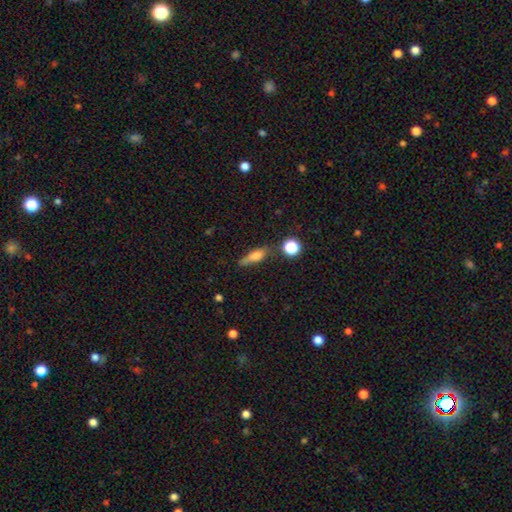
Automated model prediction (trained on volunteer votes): The model was most divided on "how rounded": cigar-shaped: 50%, in between: 43%, round: 7%. More confident: smooth or featured — smooth (68%); merging — none (58%).